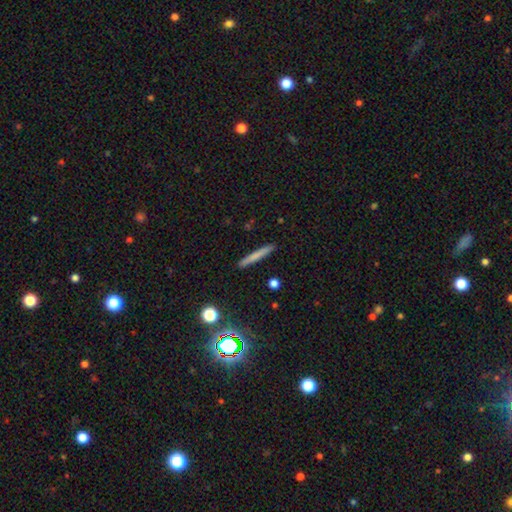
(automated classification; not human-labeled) This is likely a smooth galaxy (69%). How rounded: clearly cigar-shaped (95%). Merging: clearly none (91%).